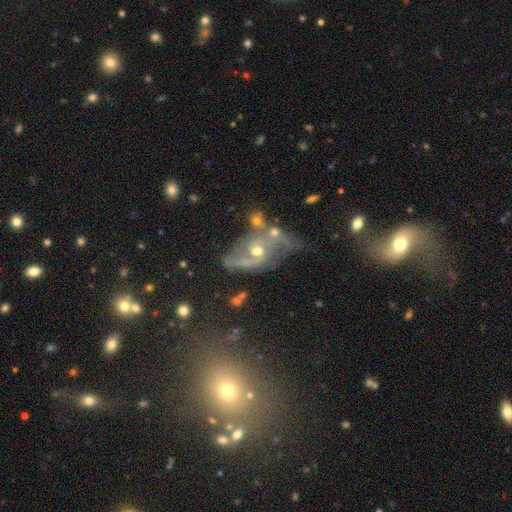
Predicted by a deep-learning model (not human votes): Smooth or featured? featured or disk (65%)
Edge-on disk? no (94%)
Bar? no (70%)
Spiral arms? yes (67%)
Bulge size? moderate (57%)
Merging? none (34%)